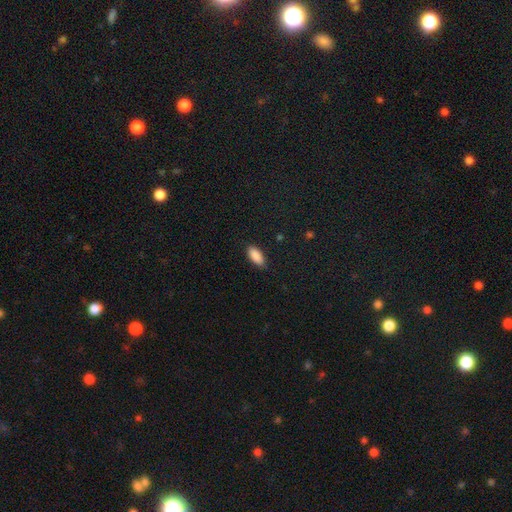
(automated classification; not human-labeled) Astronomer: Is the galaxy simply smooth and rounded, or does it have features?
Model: smooth — 90%.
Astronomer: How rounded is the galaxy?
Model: in between — 89%.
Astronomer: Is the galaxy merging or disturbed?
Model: none — 85%.